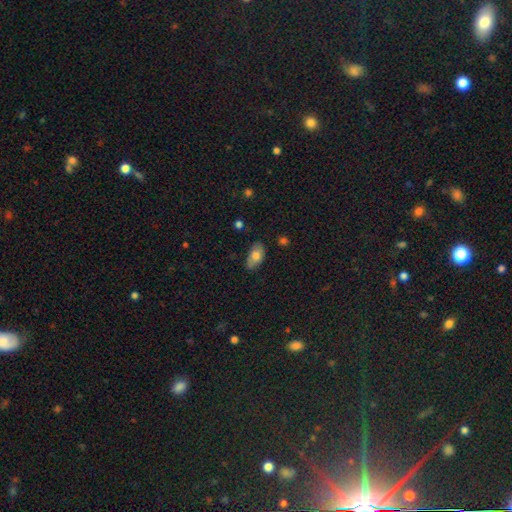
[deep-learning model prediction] A smooth galaxy with no disk features (74%) that is in between round and cigar-shaped (91%). Merging: none (72%).